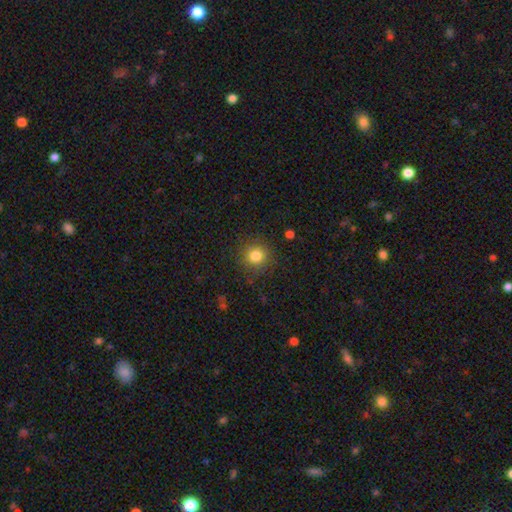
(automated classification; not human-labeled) A smooth galaxy with no disk features (82%) that is round (91%). Merging: none (87%).